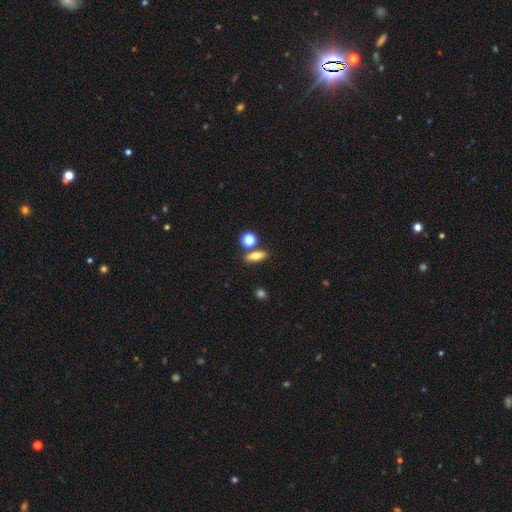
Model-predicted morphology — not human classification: Smooth or featured?
  - smooth: 72% *
  - featured or disk: 16%
  - star or artifact: 11%
How rounded?
  - in between: 54% *
  - cigar-shaped: 32%
  - round: 13%
Merging?
  - none: 74% *
  - merger: 12%
  - minor disturbance: 10%
  - major disturbance: 3%